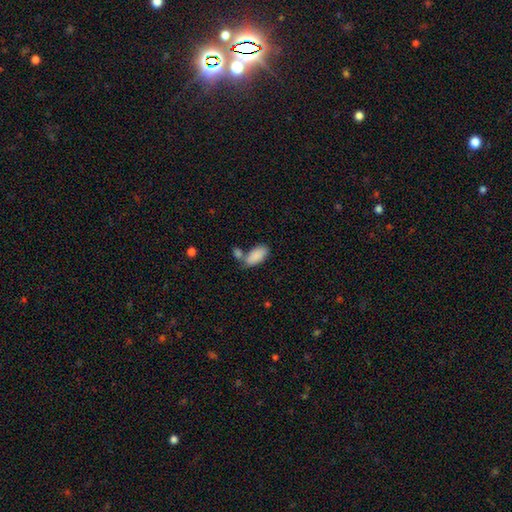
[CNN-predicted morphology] Q: Smooth or featured?
A: smooth (87%); runner-up: star or artifact (7%)
Q: How rounded?
A: in between (91%); runner-up: cigar-shaped (7%)
Q: Merging?
A: none (46%); runner-up: merger (33%)